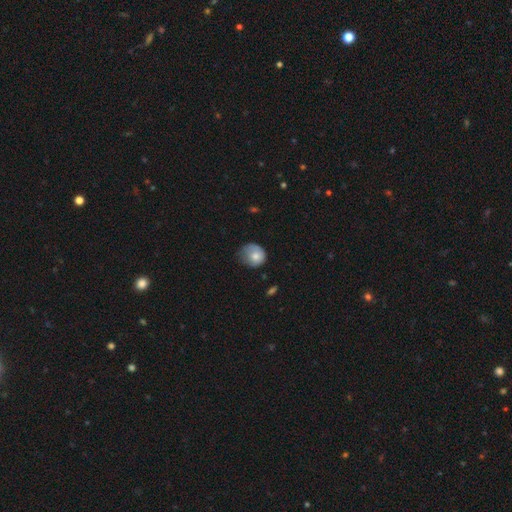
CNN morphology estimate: Smooth or featured?
  - smooth: 74% *
  - featured or disk: 19%
  - star or artifact: 8%
How rounded?
  - round: 76% *
  - in between: 23%
  - cigar-shaped: 1%
Merging?
  - none: 41% *
  - minor disturbance: 37%
  - major disturbance: 20%
  - merger: 2%